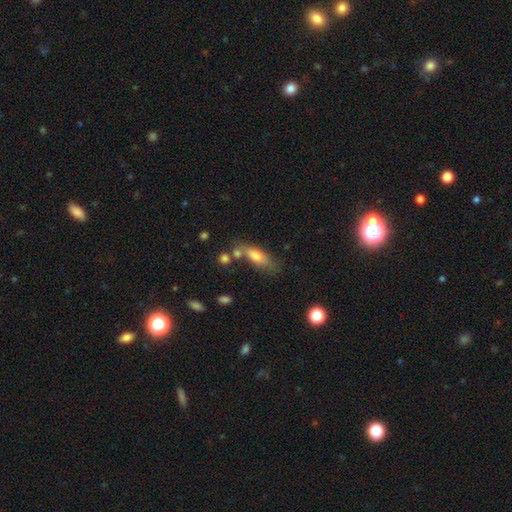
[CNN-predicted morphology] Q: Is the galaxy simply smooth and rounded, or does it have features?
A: smooth — 71%.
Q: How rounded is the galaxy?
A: in between — 68%.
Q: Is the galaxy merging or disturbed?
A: none — 51%.